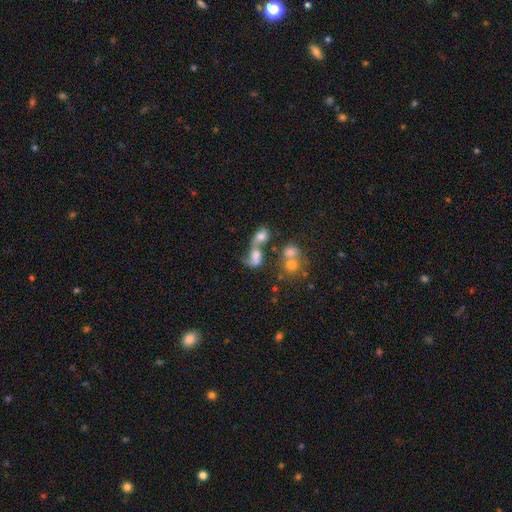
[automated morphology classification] Overall: smooth (51%; featured or disk 32%). How rounded: in between (63%; round 34%). Merging: merger (61%).